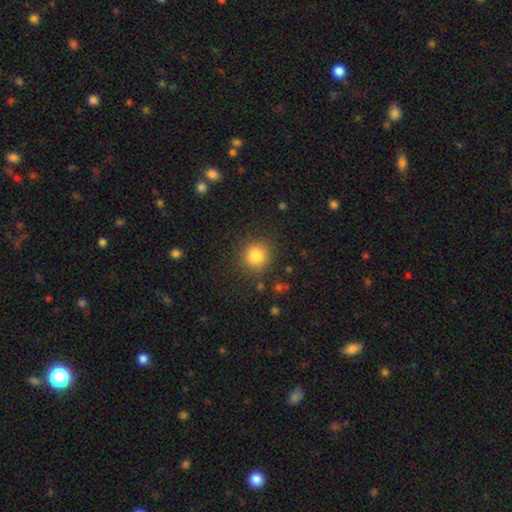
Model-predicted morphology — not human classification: Smooth or featured? Predicted: smooth (p=0.84). How rounded? Predicted: round (p=0.92). Merging? Predicted: none (p=0.87).